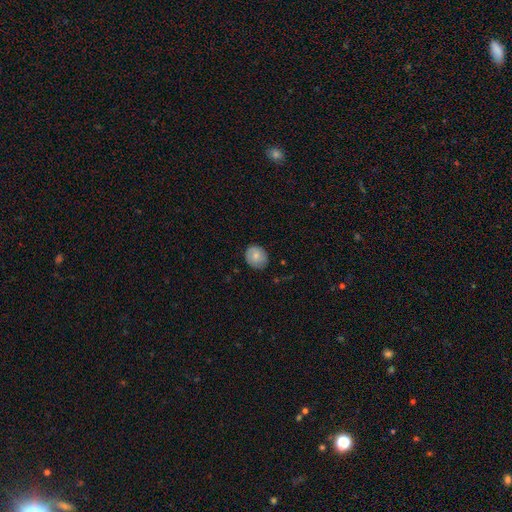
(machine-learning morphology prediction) A smooth galaxy with no disk features (77%) that is round (77%). Merging: none (82%).